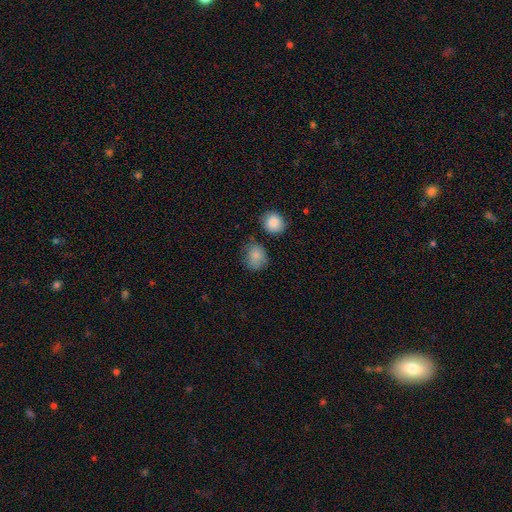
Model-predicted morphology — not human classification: smooth 84%, star or artifact 9%, featured or disk 7%. Down the decision tree: how rounded — round (70%); merging — none (63%).